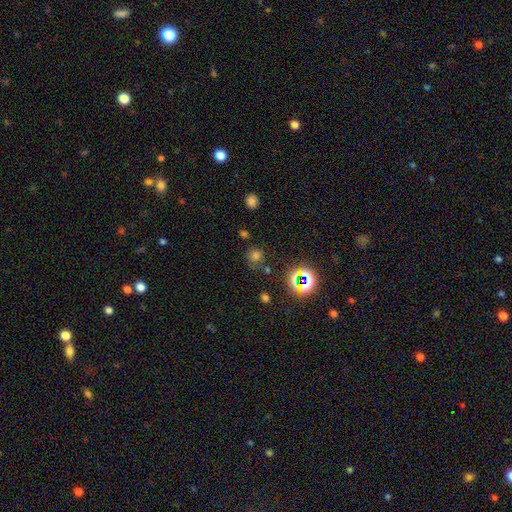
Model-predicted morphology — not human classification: A smooth galaxy with no disk features (56%) that is round (82%). Merging: none (72%).